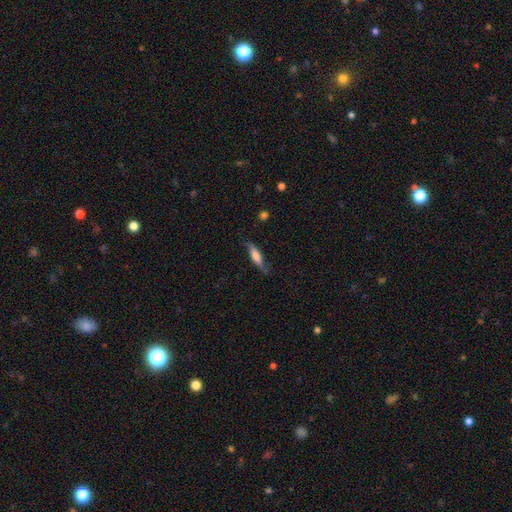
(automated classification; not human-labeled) A smooth galaxy with no disk features (54%) that is cigar-shaped (70%). Merging: none (69%).